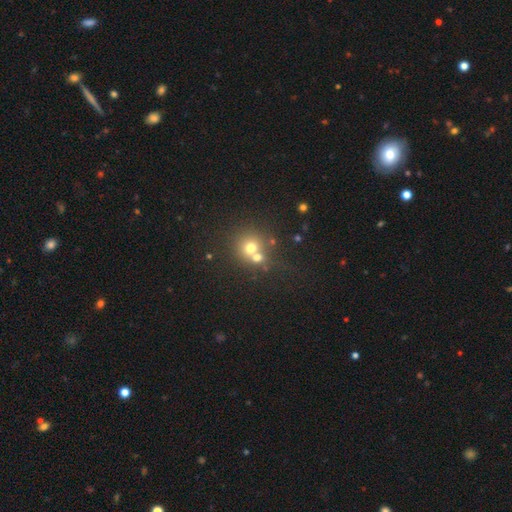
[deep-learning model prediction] This is likely a smooth galaxy (62%). How rounded: clearly round (87%). Merging: possibly none (51%).